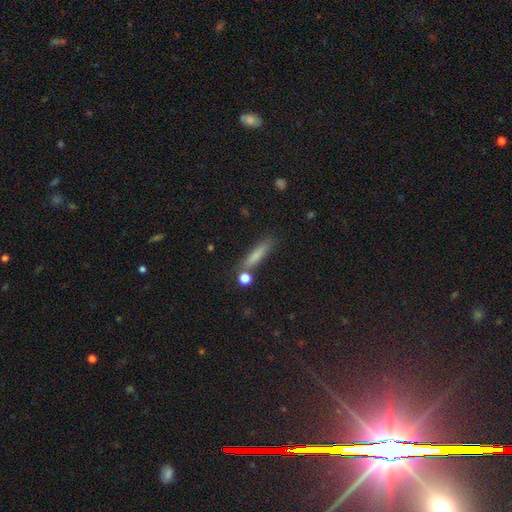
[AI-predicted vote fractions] Q: Smooth or featured?
A: smooth (75%); runner-up: featured or disk (15%)
Q: How rounded?
A: cigar-shaped (81%); runner-up: in between (16%)
Q: Merging?
A: none (77%); runner-up: minor disturbance (13%)